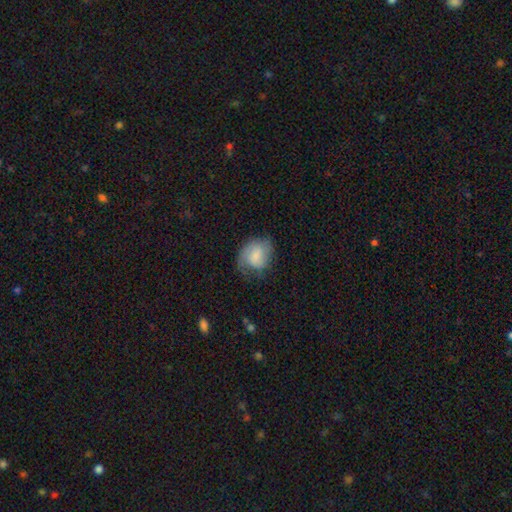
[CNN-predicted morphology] This is possibly a smooth galaxy (59%). How rounded: possibly round (56%). Merging: possibly none (52%).